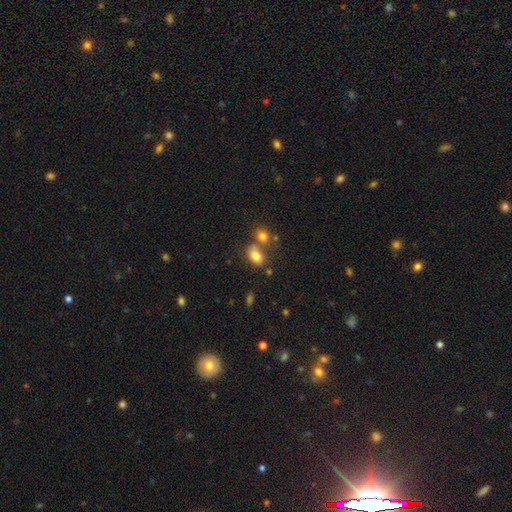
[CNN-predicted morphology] Smooth or featured? Predicted: smooth (p=0.80). How rounded? Predicted: in between (p=0.85). Merging? Predicted: none (p=0.50).